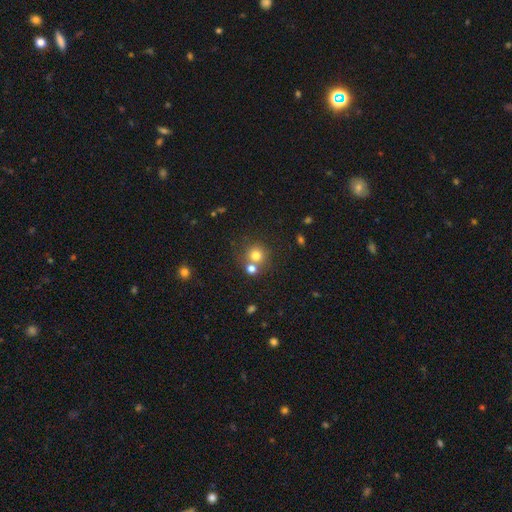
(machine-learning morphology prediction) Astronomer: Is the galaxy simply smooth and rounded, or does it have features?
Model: smooth — 76%.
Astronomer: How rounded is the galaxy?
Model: round — 90%.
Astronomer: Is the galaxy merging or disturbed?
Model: none — 58%.